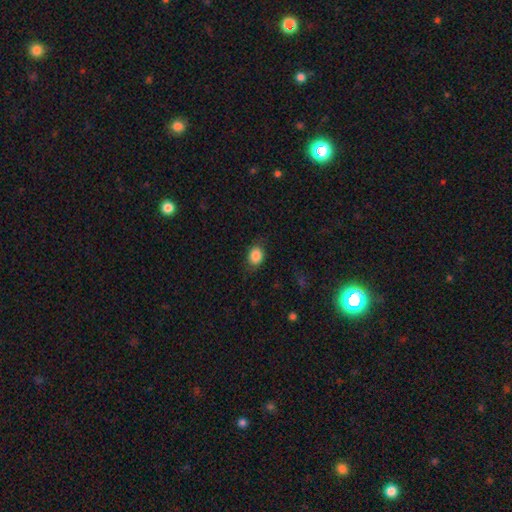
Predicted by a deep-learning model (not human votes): Smooth or featured: smooth — 85% (star or artifact — 9%)
How rounded: in between — 51% (round — 47%)
Merging: none — 78% (minor disturbance — 16%)